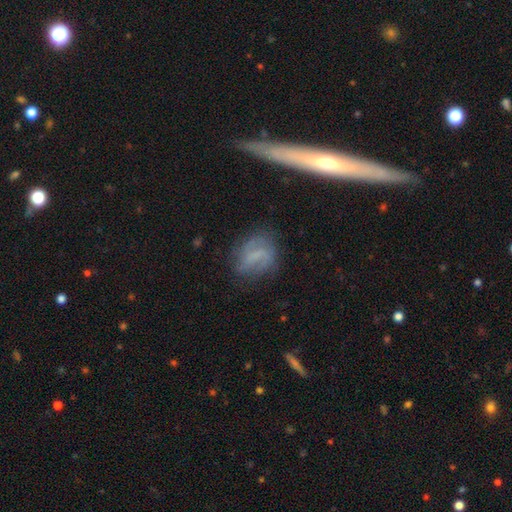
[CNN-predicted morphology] Q: Smooth or featured?
A: featured or disk (55%); runner-up: smooth (34%)
Q: Edge-on disk?
A: no (95%); runner-up: yes (5%)
Q: Bar?
A: weak (43%); runner-up: no (32%)
Q: Spiral arms?
A: yes (76%); runner-up: no (24%)
Q: Bulge size?
A: none (61%); runner-up: small (23%)
Q: Merging?
A: none (64%); runner-up: minor disturbance (22%)